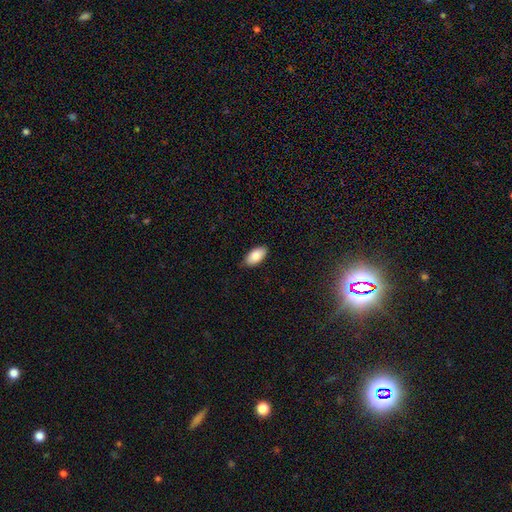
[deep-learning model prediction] Smooth or featured: smooth — 88% (star or artifact — 6%)
How rounded: in between — 95% (cigar-shaped — 3%)
Merging: none — 85% (minor disturbance — 12%)